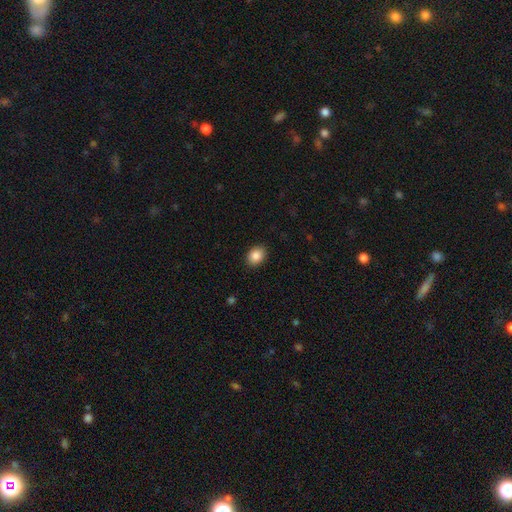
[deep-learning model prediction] This is clearly a smooth galaxy (87%). How rounded: likely in between (60%). Merging: clearly none (90%).